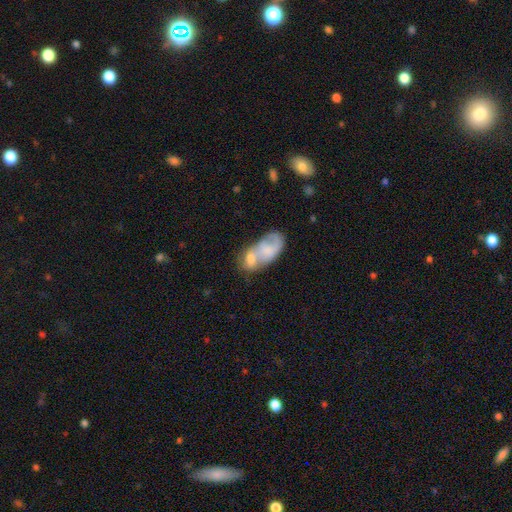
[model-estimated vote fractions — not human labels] Morphology: type=smooth (54%); roundness=in between (88%); merging=merger (60%).